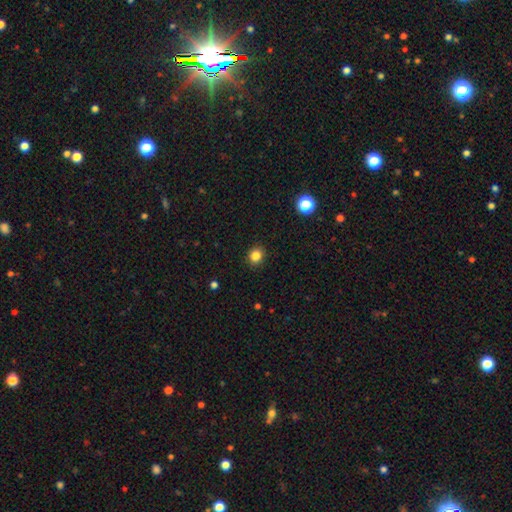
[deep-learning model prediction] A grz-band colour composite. It shows a smooth galaxy with no disk features (84%) that is round (77%). Merging: none (91%).